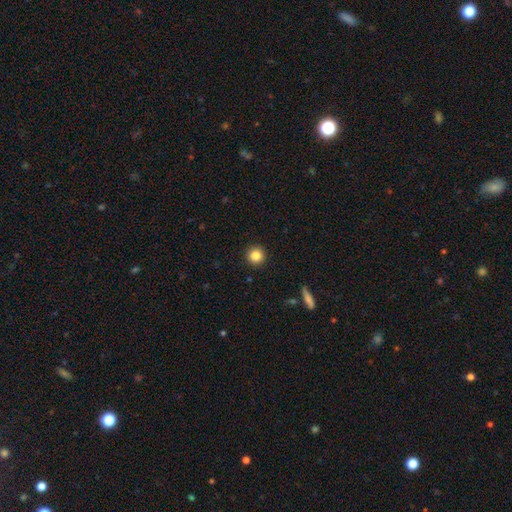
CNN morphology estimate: Smooth or featured: smooth — 85% (star or artifact — 10%)
How rounded: round — 95% (in between — 4%)
Merging: none — 93% (minor disturbance — 5%)